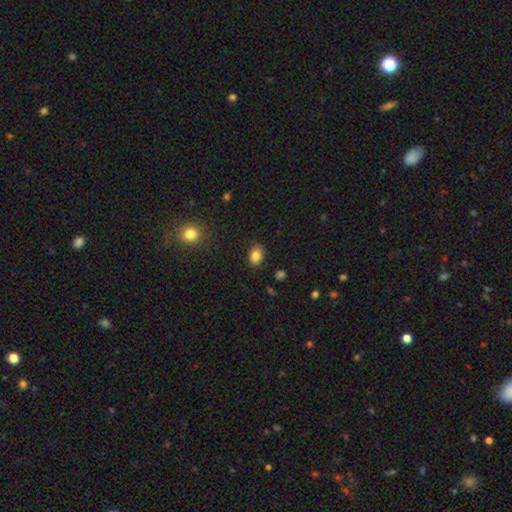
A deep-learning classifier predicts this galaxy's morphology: smooth_or_featured: smooth (p=0.85) [alt: star or artifact p=0.10]
how_rounded: in between (p=0.61) [alt: round p=0.38]
merging: none (p=0.85) [alt: minor disturbance p=0.11]